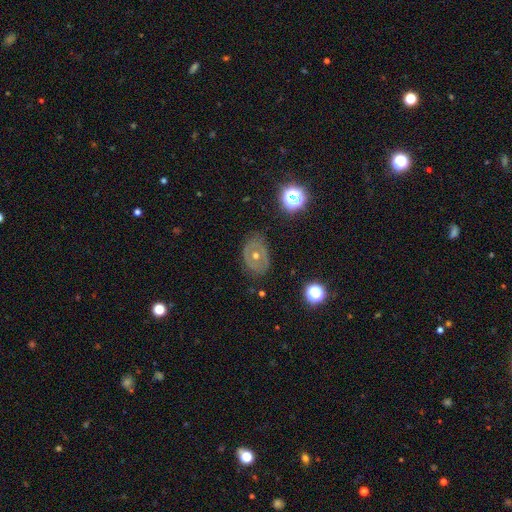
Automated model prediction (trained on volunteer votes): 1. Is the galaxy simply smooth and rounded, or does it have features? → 58% featured or disk, 29% smooth, 13% star or artifact.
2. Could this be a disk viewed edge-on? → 93% no, 7% yes.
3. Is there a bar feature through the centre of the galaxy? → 84% no, 12% weak, 5% strong.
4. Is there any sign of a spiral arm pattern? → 75% no, 25% yes.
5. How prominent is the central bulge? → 59% moderate, 37% small, 2% large, 1% none, 1% dominant.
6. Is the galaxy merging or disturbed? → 81% none, 13% minor disturbance, 5% major disturbance, 1% merger.